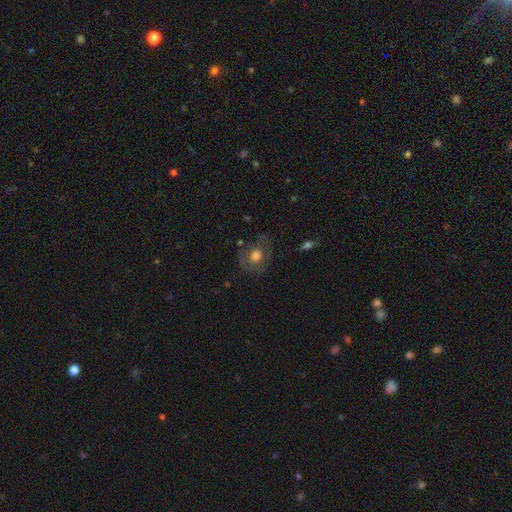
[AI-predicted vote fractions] Smooth or featured: smooth — 58% (featured or disk — 31%)
How rounded: round — 70% (in between — 29%)
Merging: none — 72% (minor disturbance — 17%)